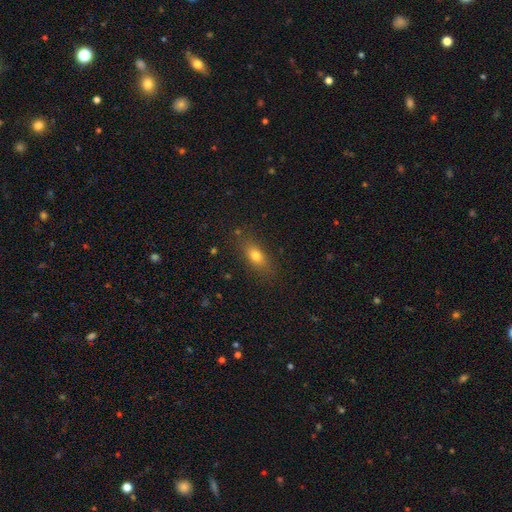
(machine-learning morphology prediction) smooth 75%, featured or disk 14%, star or artifact 11%. Down the decision tree: how rounded — in between (74%); merging — none (79%).